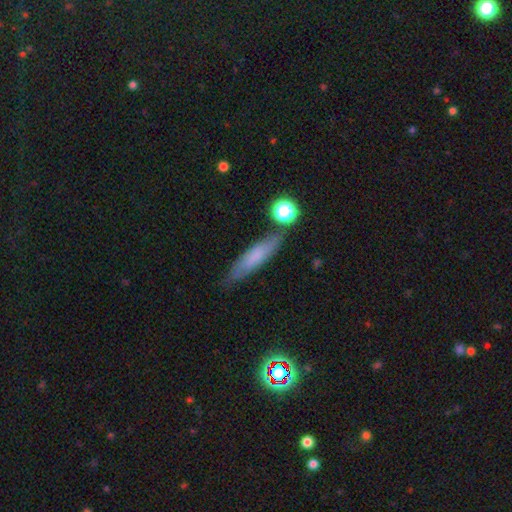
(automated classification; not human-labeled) This appears to be a smooth galaxy with no disk features (62%) that is cigar-shaped (78%). Merging: none (75%).